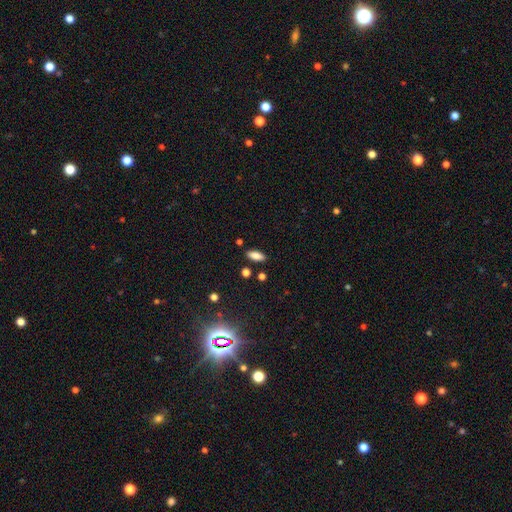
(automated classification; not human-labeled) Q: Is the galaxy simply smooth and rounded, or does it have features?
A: smooth — 83%.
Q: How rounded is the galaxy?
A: in between — 80%.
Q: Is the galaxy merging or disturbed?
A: none — 86%.